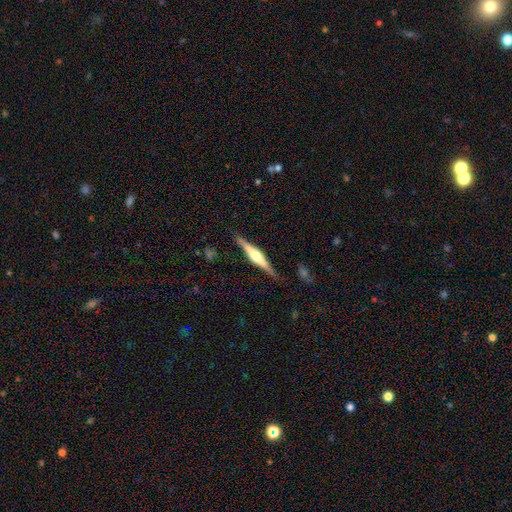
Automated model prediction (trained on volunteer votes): Smooth or featured: featured or disk — 72% (smooth — 22%)
Edge-on disk: yes — 97% (no — 3%)
Edge-on bulge: rounded — 84% (boxy — 12%)
Merging: none — 86% (minor disturbance — 11%)